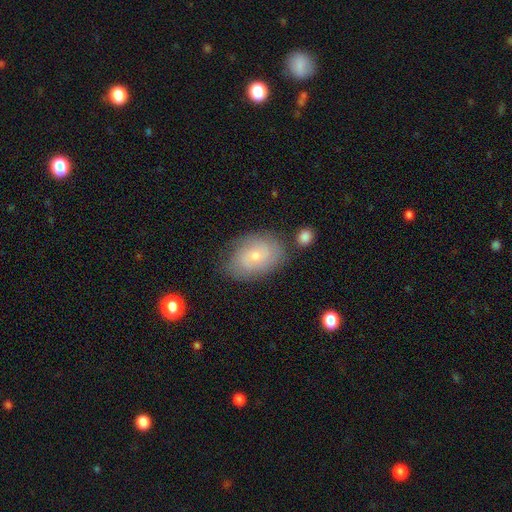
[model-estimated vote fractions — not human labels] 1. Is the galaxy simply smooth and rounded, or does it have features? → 49% featured or disk, 43% smooth, 8% star or artifact.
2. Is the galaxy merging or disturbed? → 71% none, 20% minor disturbance, 5% major disturbance, 4% merger.